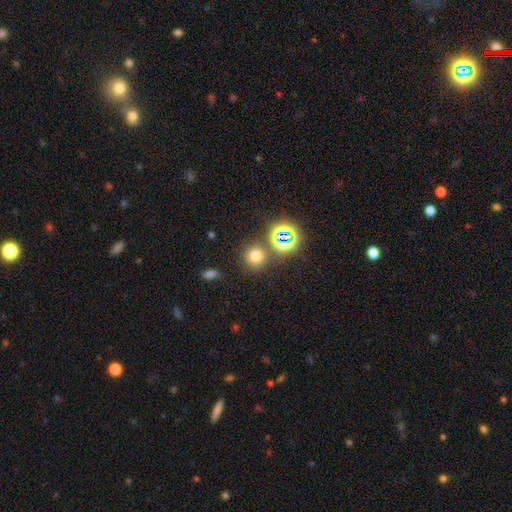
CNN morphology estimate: Overall: smooth (68%). How rounded: round (91%). Merging: none (79%).